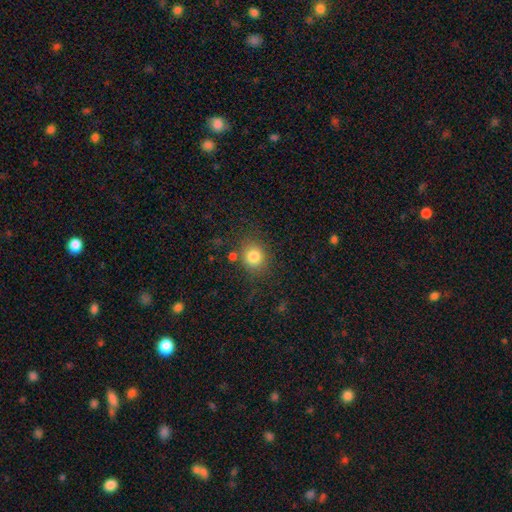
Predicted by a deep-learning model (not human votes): Overall: smooth (82%). How rounded: round (81%). Merging: none (82%).